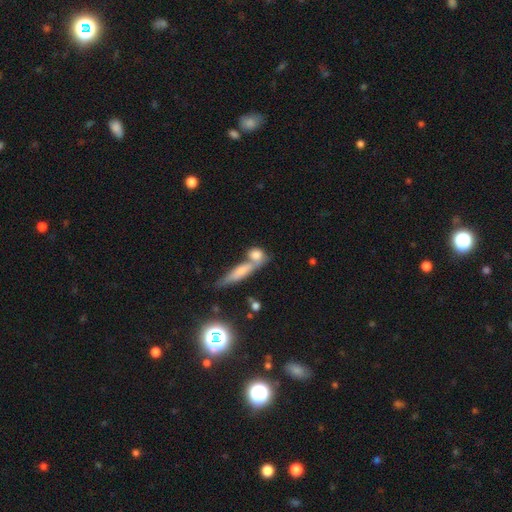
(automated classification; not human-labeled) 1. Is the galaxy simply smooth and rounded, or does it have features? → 73% smooth, 17% featured or disk, 10% star or artifact.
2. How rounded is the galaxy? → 39% in between (tied), 39% round (tied), 21% cigar-shaped.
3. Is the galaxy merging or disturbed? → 46% merger, 38% none, 10% minor disturbance, 5% major disturbance.